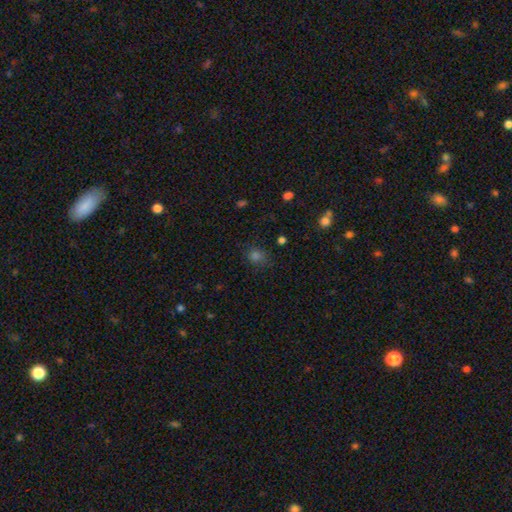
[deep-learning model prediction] Overall: smooth (70%). How rounded: round (70%). Merging: none (79%).